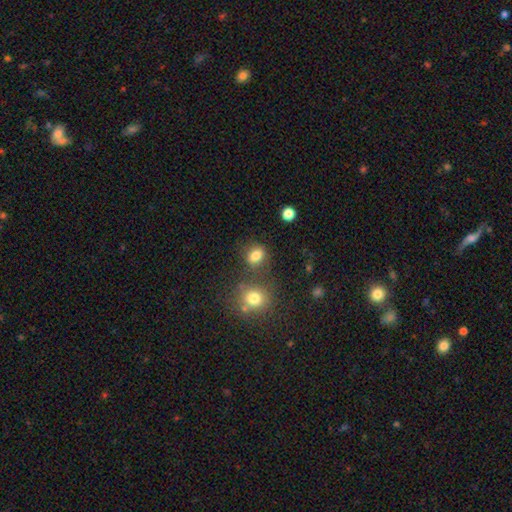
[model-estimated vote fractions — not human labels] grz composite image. It shows a smooth galaxy with no disk features (80%) that is round (50%). Merging: none (70%).